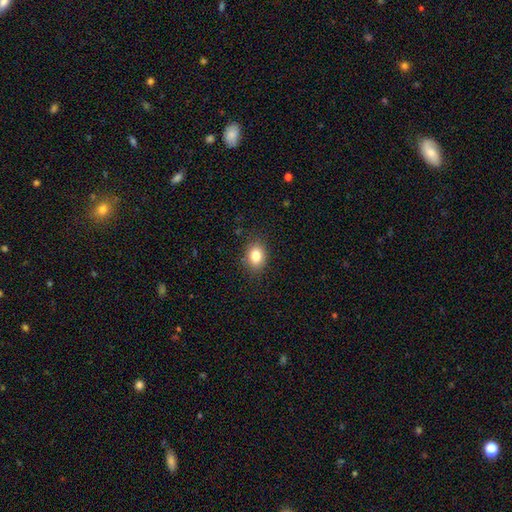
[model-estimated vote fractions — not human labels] Smooth or featured?
  - smooth: 82% *
  - star or artifact: 10%
  - featured or disk: 8%
How rounded?
  - in between: 59% *
  - round: 40%
  - cigar-shaped: 1%
Merging?
  - none: 86% *
  - minor disturbance: 10%
  - major disturbance: 3%
  - merger: 1%